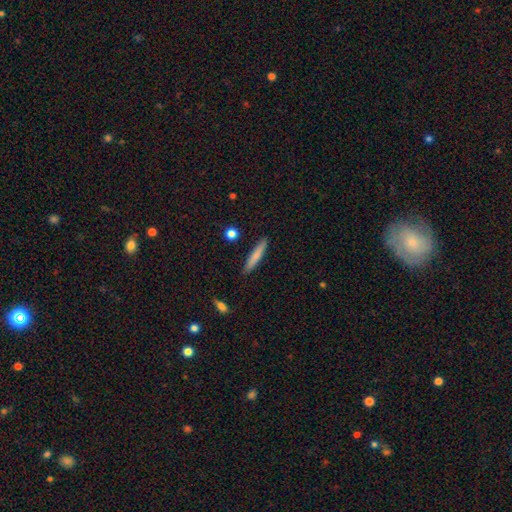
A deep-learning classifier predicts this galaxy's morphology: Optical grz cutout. It shows a smooth galaxy with no disk features (75%) that is cigar-shaped (92%). Merging: none (89%).